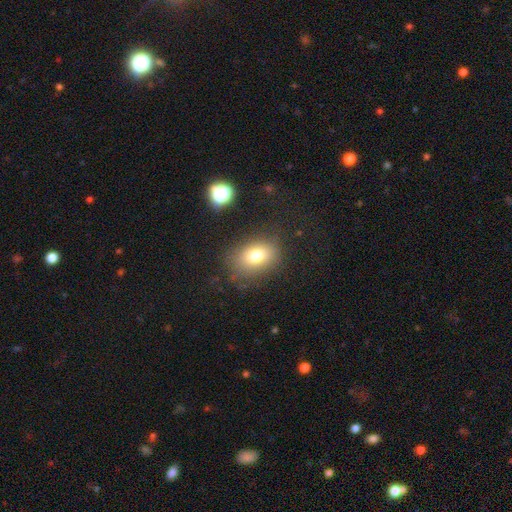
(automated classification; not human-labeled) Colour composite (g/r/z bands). It shows a smooth galaxy with no disk features (76%) that is in between round and cigar-shaped (70%). Merging: none (78%).